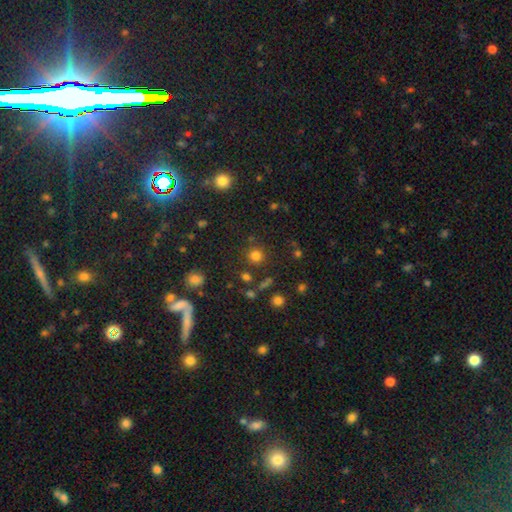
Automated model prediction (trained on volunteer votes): Overall: smooth (77%). How rounded: round (91%). Merging: none (82%).